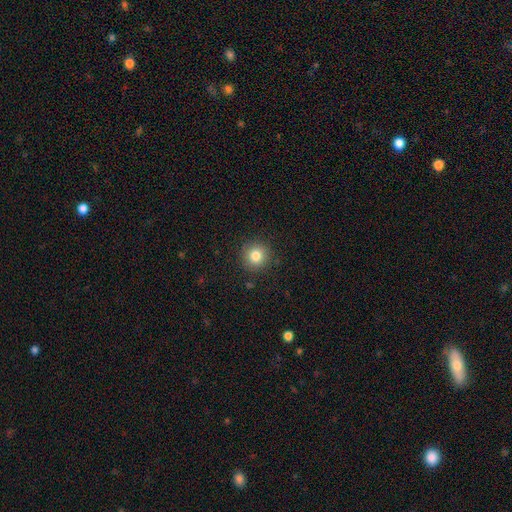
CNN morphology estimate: This appears to be a smooth galaxy with no disk features (82%) that is round (94%). Merging: none (90%).